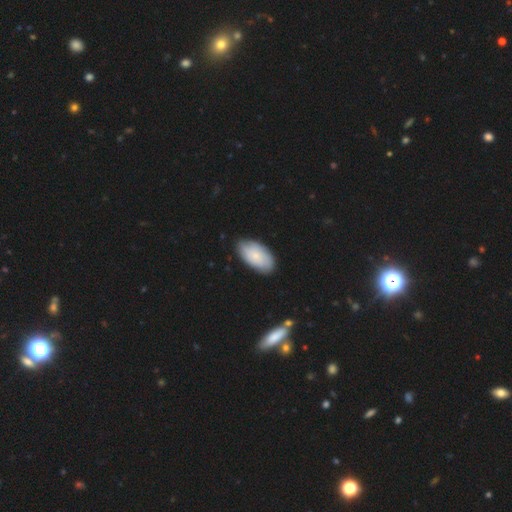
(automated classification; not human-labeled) This appears to be a smooth galaxy with no disk features (72%) that is in between round and cigar-shaped (95%). Merging: none (82%).